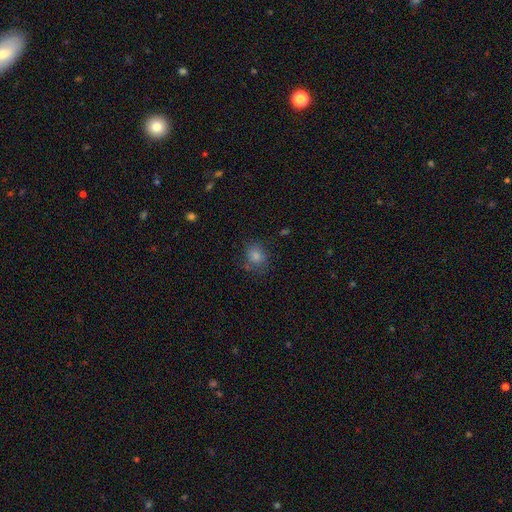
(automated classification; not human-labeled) Smooth or featured?
  - smooth: 72% *
  - star or artifact: 17%
  - featured or disk: 11%
How rounded?
  - round: 62% *
  - in between: 37%
  - cigar-shaped: 1%
Merging?
  - none: 73% *
  - minor disturbance: 18%
  - major disturbance: 7%
  - merger: 3%